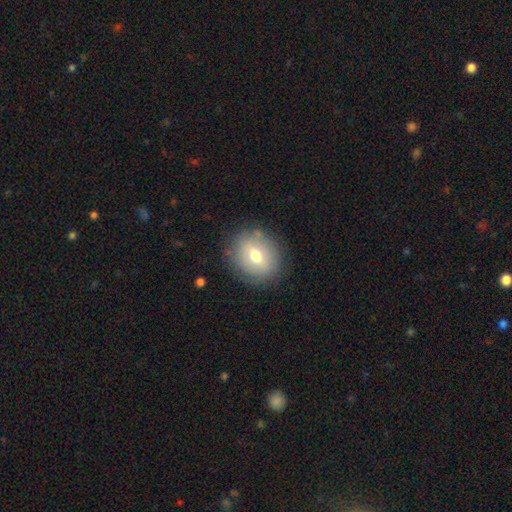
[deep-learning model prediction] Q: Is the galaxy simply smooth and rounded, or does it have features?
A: smooth — 66%.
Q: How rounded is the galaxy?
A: round — 68%.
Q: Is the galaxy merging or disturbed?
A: none — 82%.